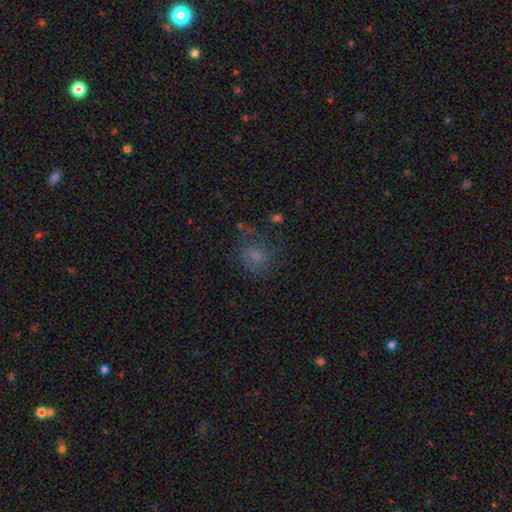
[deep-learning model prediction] smooth_or_featured: smooth (p=0.58) [alt: featured or disk p=0.24]
how_rounded: round (p=0.59) [alt: in between p=0.40]
merging: none (p=0.58) [alt: minor disturbance p=0.21]